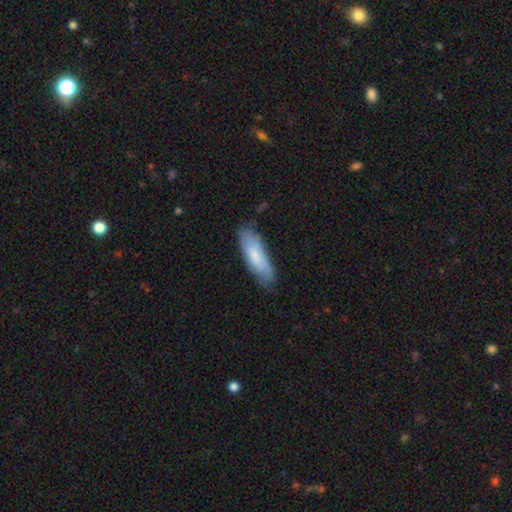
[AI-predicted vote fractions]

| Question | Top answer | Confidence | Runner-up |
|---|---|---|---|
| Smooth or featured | smooth | 80% | featured or disk (15%) |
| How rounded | in between | 50% | cigar-shaped (49%) |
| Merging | none | 77% | minor disturbance (18%) |